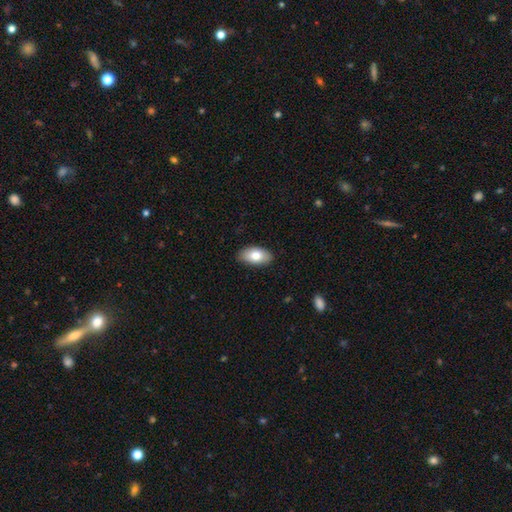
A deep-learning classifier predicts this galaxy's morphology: Smooth or featured? smooth (79%)
How rounded? in between (94%)
Merging? none (87%)